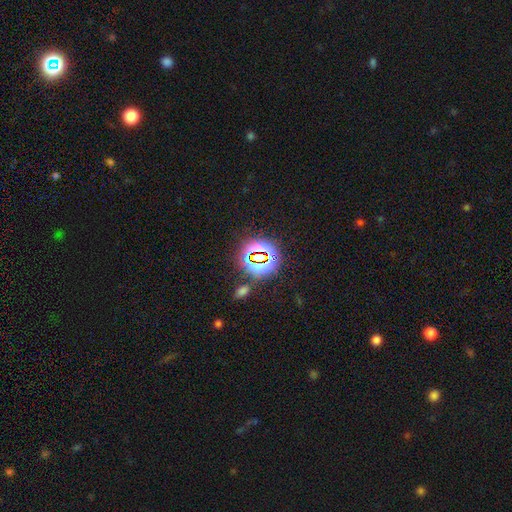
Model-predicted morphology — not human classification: Smooth or featured? Predicted: star or artifact (p=0.71).